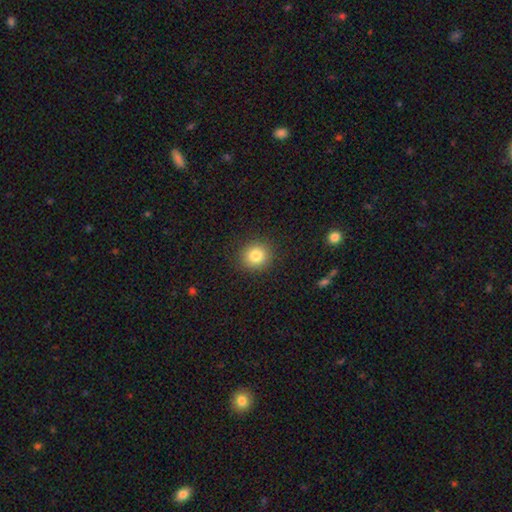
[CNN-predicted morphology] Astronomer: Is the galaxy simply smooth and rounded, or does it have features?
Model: smooth — 83%.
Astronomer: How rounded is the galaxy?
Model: round — 87%.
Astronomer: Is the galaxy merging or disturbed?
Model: none — 90%.